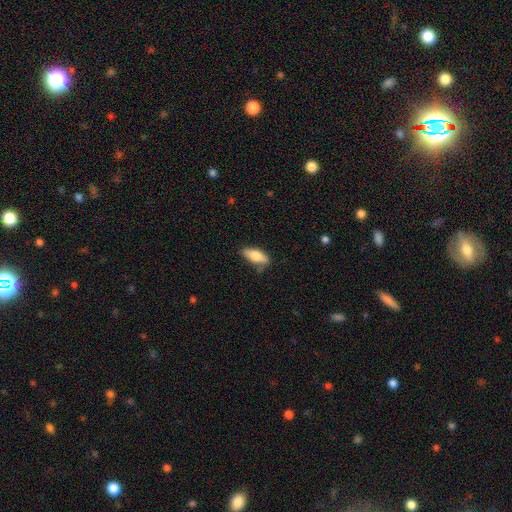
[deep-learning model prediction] A smooth galaxy with no disk features (70%) that is in between round and cigar-shaped (71%). Merging: none (76%).